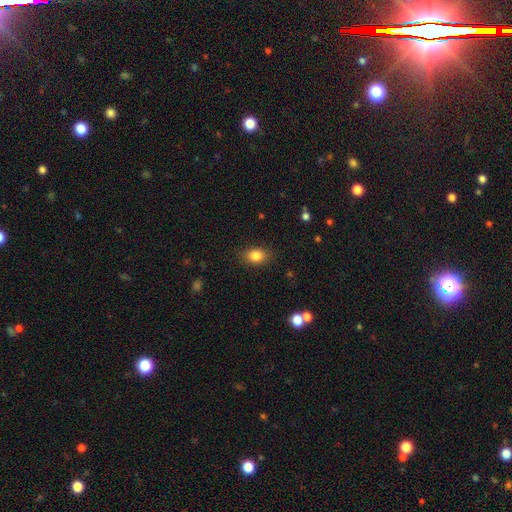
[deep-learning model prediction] Smooth or featured: smooth — 85% (star or artifact — 9%)
How rounded: in between — 73% (round — 26%)
Merging: none — 85% (minor disturbance — 11%)